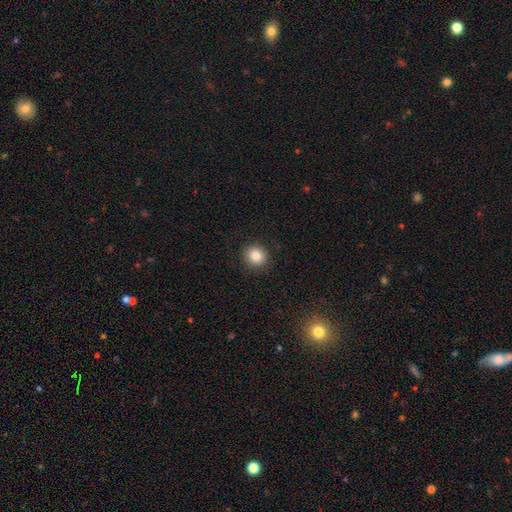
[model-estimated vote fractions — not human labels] Q: Smooth or featured?
A: smooth (85%); runner-up: star or artifact (10%)
Q: How rounded?
A: round (84%); runner-up: in between (15%)
Q: Merging?
A: none (90%); runner-up: minor disturbance (7%)